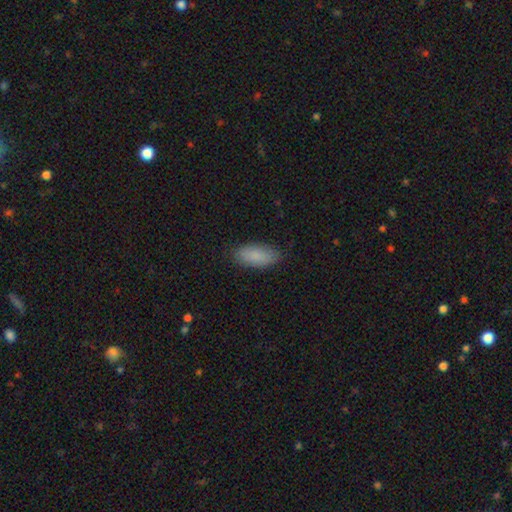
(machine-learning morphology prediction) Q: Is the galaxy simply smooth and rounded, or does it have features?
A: smooth — 87%.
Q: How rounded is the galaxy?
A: in between — 87%.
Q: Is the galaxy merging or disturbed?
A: none — 85%.